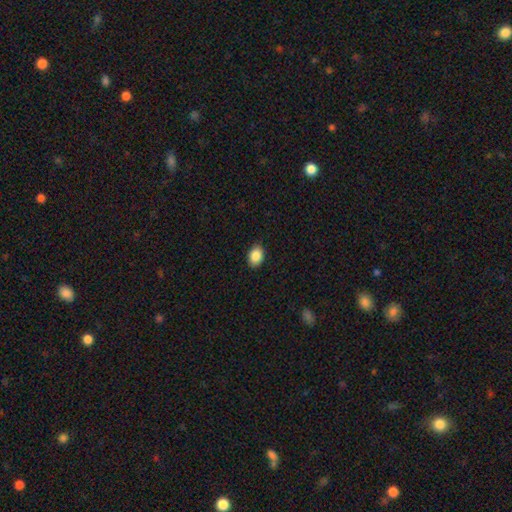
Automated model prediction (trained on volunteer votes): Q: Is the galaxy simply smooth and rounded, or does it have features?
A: smooth — 88%.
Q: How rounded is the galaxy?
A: in between — 80%.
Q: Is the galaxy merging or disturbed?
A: none — 89%.